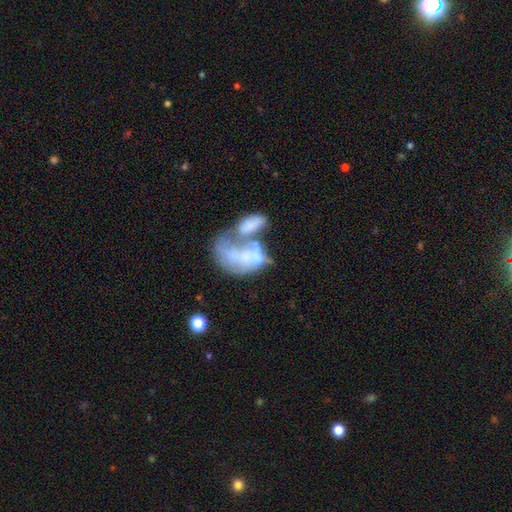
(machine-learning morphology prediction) Smooth or featured: featured or disk — 49% (smooth — 41%)
Merging: merger — 56% (major disturbance — 26%)